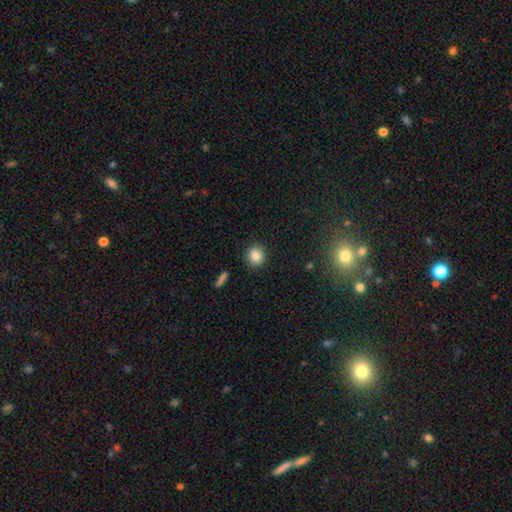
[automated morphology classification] Smooth or featured: smooth — 85% (star or artifact — 10%)
How rounded: round — 88% (in between — 11%)
Merging: none — 90% (minor disturbance — 6%)